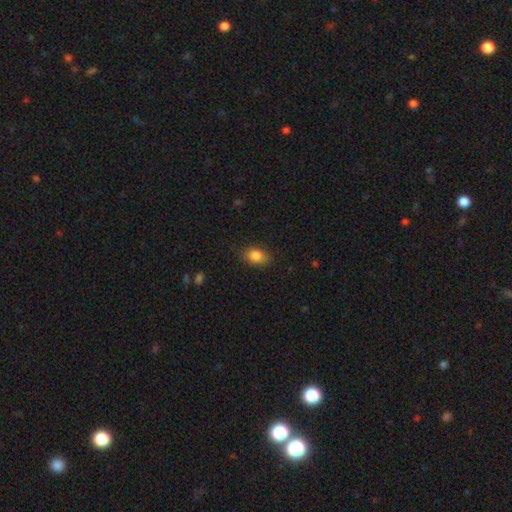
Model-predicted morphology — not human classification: Smooth or featured? Predicted: smooth (p=0.85). How rounded? Predicted: in between (p=0.79). Merging? Predicted: none (p=0.84).